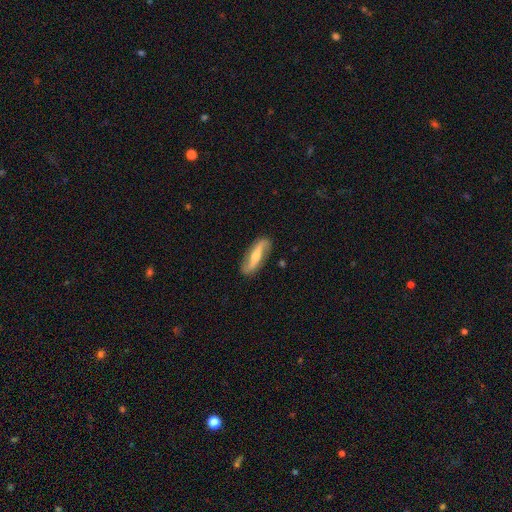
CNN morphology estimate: This appears to be a featured or disk galaxy (76%) with a strong bar (48%), 2 (92%) loose (62%) spiral arms (90%) and a moderate central bulge (56%). Merging: none (86%).